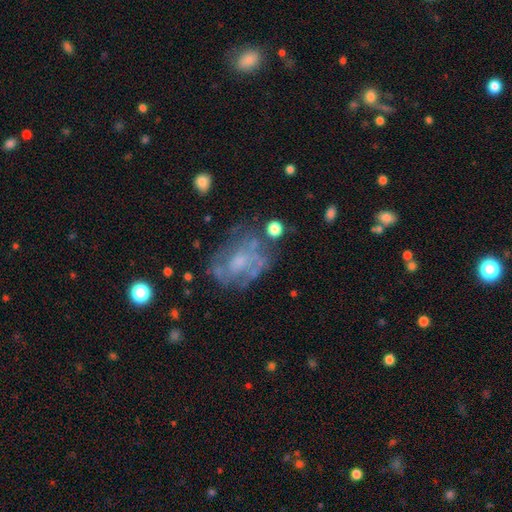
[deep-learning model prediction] Smooth or featured?
  - featured or disk: 65% *
  - smooth: 23%
  - star or artifact: 12%
Edge-on disk?
  - no: 97% *
  - yes: 3%
Bar?
  - no: 76% *
  - weak: 20%
  - strong: 4%
Spiral arms?
  - no: 55% *
  - yes: 45%
Bulge size?
  - moderate: 37% *
  - small: 35%
  - none: 21%
  - large: 5%
  - dominant: 1%
Merging?
  - none: 52% *
  - minor disturbance: 21%
  - major disturbance: 20%
  - merger: 7%